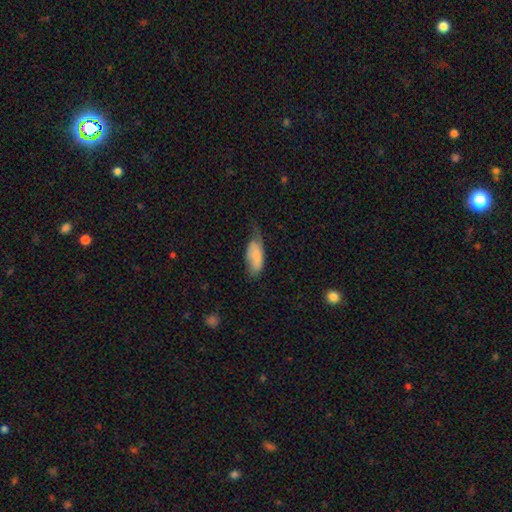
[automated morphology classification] smooth 77%, featured or disk 17%, star or artifact 6%. Down the decision tree: how rounded — in between (86%); merging — minor disturbance (39%).